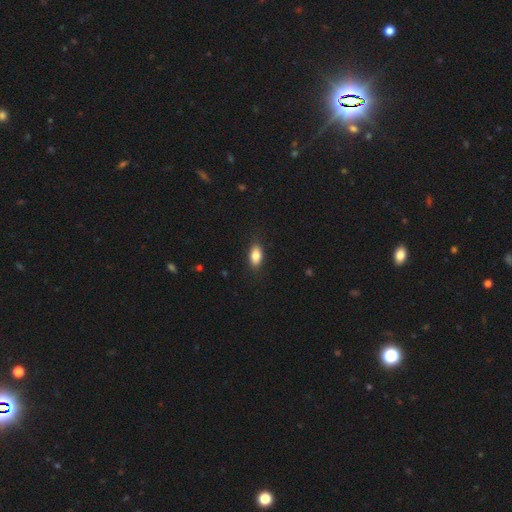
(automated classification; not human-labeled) Smooth or featured? smooth (84%)
How rounded? in between (89%)
Merging? none (86%)